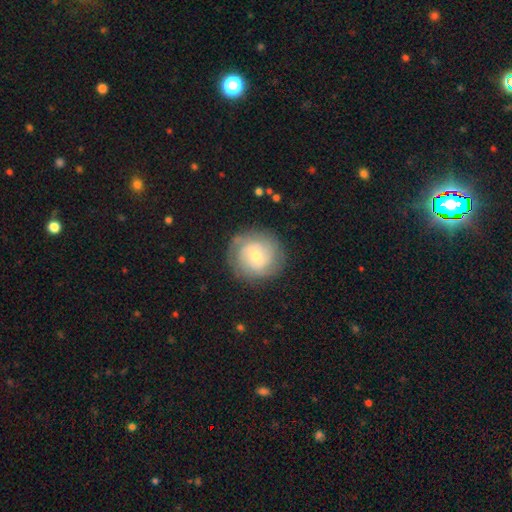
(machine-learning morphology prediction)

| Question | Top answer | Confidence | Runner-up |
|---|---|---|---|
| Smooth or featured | featured or disk | 58% | smooth (35%) |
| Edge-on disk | no | 97% | yes (3%) |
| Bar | weak | 47% | no (43%) |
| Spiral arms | yes | 80% | no (20%) |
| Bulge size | small | 47% | tied: moderate (47%) |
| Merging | none | 80% | minor disturbance (13%) |